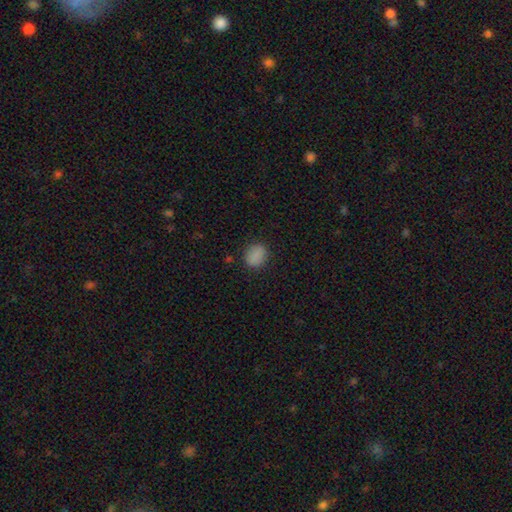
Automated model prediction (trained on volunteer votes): Smooth or featured? Predicted: smooth (p=0.86). How rounded? Predicted: round (p=0.50). Merging? Predicted: none (p=0.85).